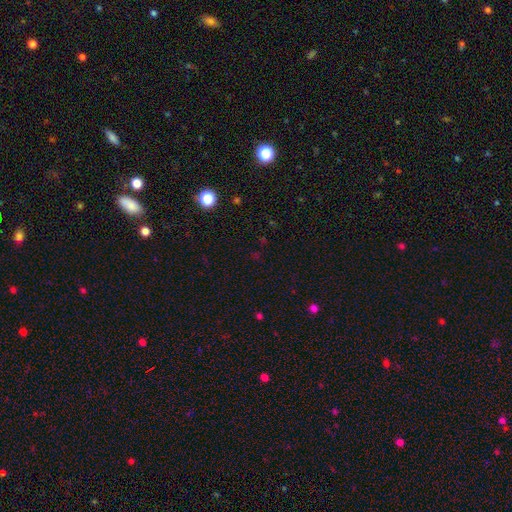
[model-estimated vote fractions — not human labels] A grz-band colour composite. It shows a star or artifact, not a galaxy (64%).